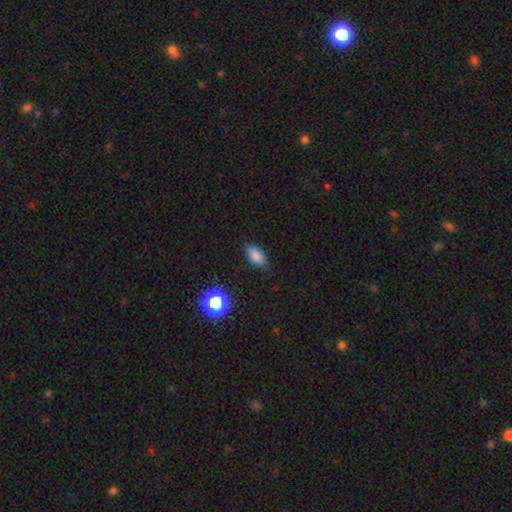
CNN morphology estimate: type=smooth (83%); roundness=in between (88%); merging=none (80%).